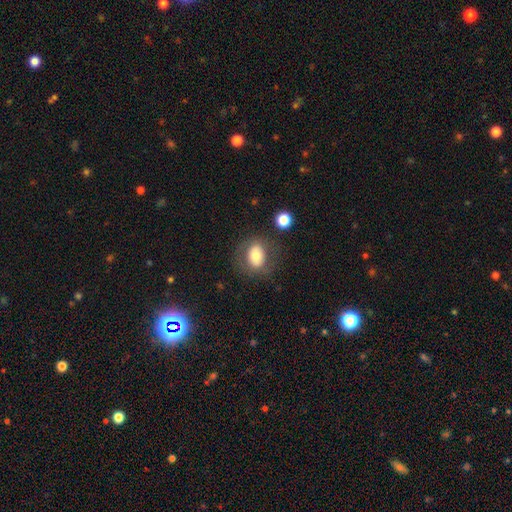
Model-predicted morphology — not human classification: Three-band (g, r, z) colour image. It shows a smooth galaxy with no disk features (69%) that is in between round and cigar-shaped (59%). Merging: none (71%).